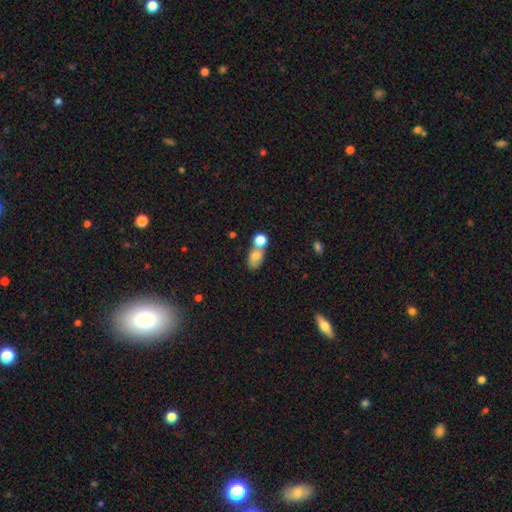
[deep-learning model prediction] Smooth or featured? Predicted: smooth (p=0.76). How rounded? Predicted: in between (p=0.77). Merging? Predicted: merger (p=0.45).